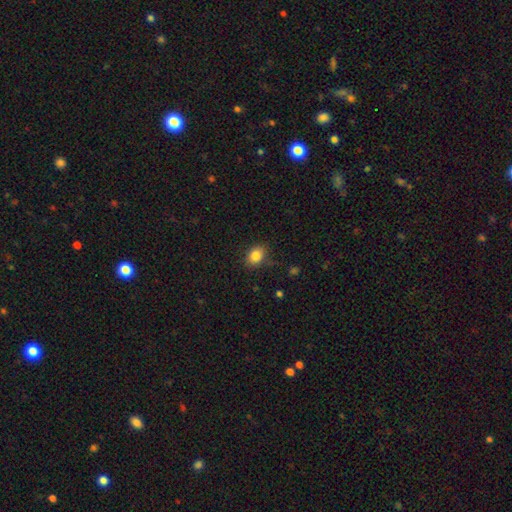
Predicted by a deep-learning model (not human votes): Overall: smooth (84%). How rounded: in between (61%; round 38%). Merging: none (81%).